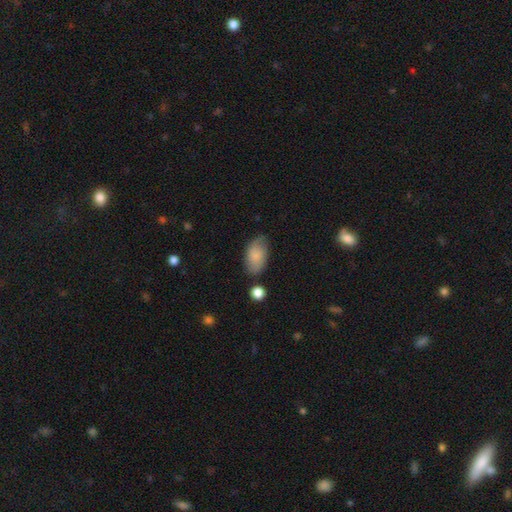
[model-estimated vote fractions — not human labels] This appears to be a smooth galaxy with no disk features (79%) that is in between round and cigar-shaped (93%). Merging: none (69%).